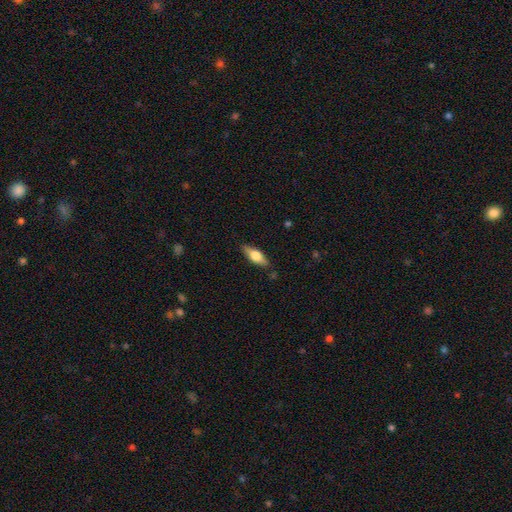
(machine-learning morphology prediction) This appears to be a smooth galaxy with no disk features (58%) that is in between round and cigar-shaped (64%). Merging: none (83%).